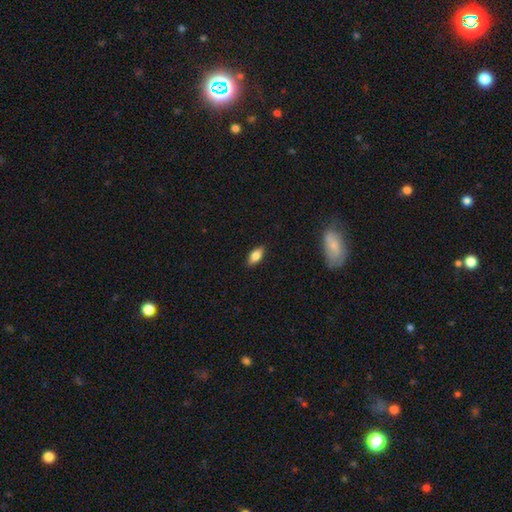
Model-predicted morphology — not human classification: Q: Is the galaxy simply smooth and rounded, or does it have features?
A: smooth — 74%.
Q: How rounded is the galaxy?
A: in between — 83%.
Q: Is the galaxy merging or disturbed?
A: none — 88%.